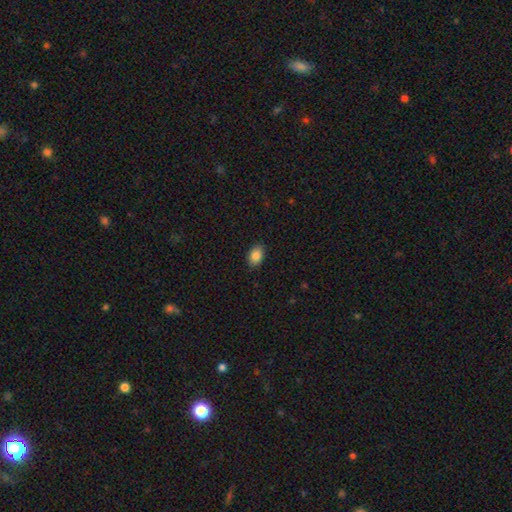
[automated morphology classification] type=smooth (87%); roundness=in between (82%); merging=none (86%).